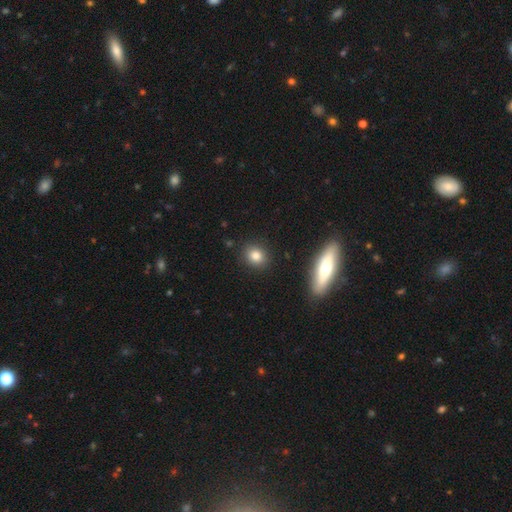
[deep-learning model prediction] Smooth or featured: smooth — 81% (star or artifact — 11%)
How rounded: round — 72% (in between — 27%)
Merging: none — 89% (minor disturbance — 7%)